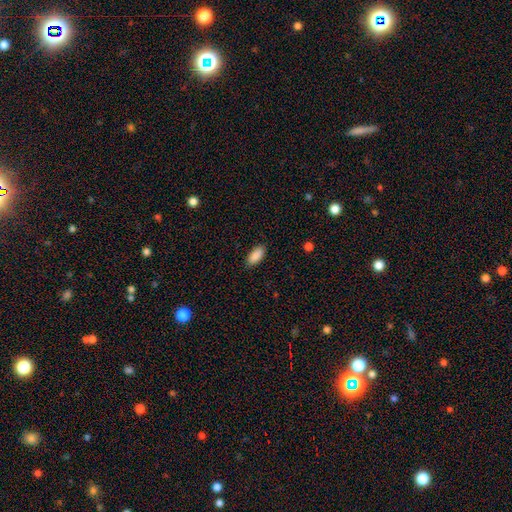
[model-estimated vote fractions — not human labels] Smooth or featured: smooth — 90% (star or artifact — 7%)
How rounded: in between — 87% (cigar-shaped — 11%)
Merging: none — 88% (minor disturbance — 9%)